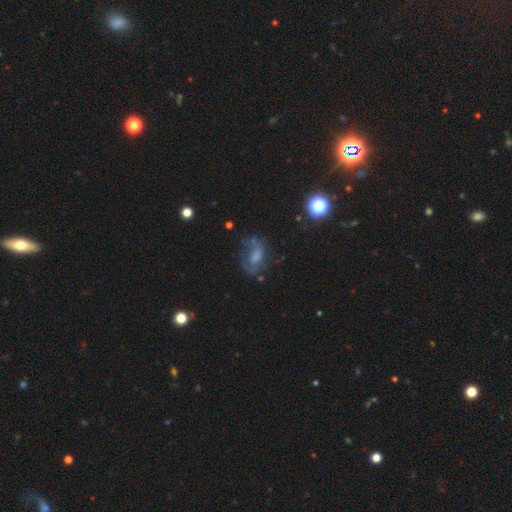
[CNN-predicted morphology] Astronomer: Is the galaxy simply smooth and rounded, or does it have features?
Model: featured or disk — 56%.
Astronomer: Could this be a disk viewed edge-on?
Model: no — 95%.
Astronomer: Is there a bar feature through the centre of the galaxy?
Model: no — 54% (runner-up: weak, 35%).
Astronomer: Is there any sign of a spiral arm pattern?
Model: yes — 68%.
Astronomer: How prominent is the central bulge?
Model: none — 34% (runner-up: moderate, 28%).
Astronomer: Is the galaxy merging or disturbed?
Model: none — 46% (runner-up: major disturbance, 29%).